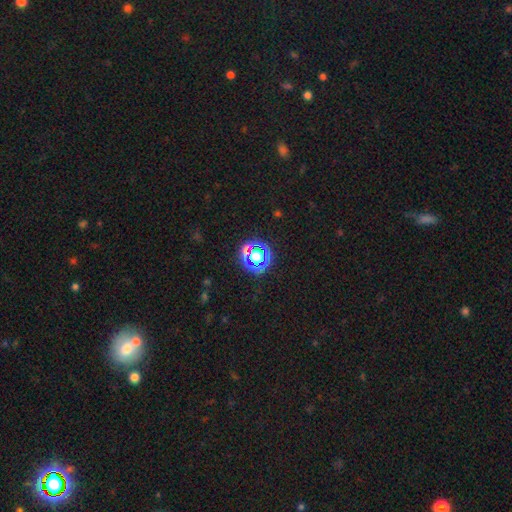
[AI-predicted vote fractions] smooth-or-featured: star or artifact: 59% | smooth: 29% | featured or disk: 11%